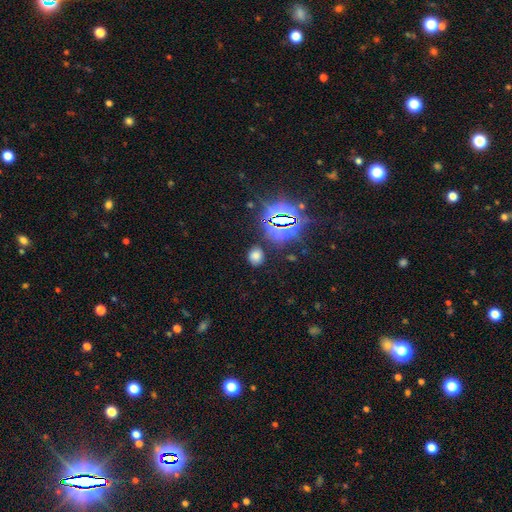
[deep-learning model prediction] Smooth or featured: smooth — 63% (star or artifact — 30%)
How rounded: round — 56% (in between — 43%)
Merging: none — 83% (minor disturbance — 10%)